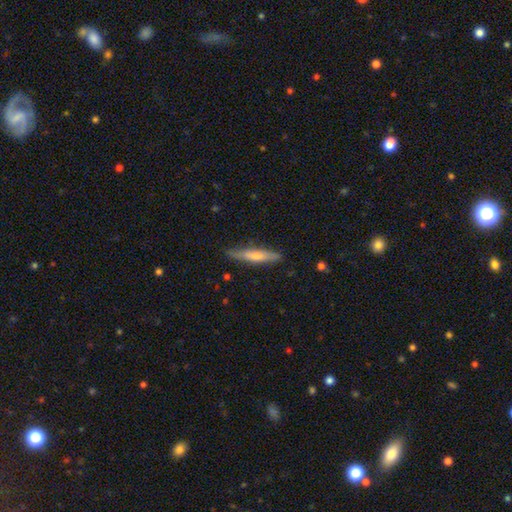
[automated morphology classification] The model was most divided on "smooth or featured": smooth: 56%, featured or disk: 38%, star or artifact: 6%. More confident: how rounded — cigar-shaped (90%); merging — none (85%).